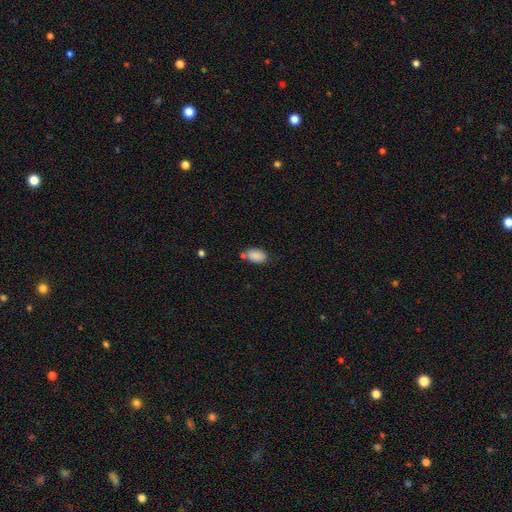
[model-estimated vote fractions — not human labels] Overall: smooth (87%). How rounded: in between (90%). Merging: none (65%).